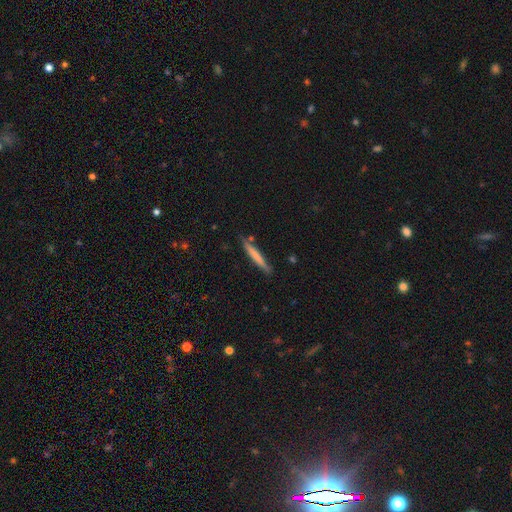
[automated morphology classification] The model was most divided on "smooth or featured": smooth: 66%, featured or disk: 29%, star or artifact: 5%. More confident: how rounded — cigar-shaped (96%); merging — none (84%).